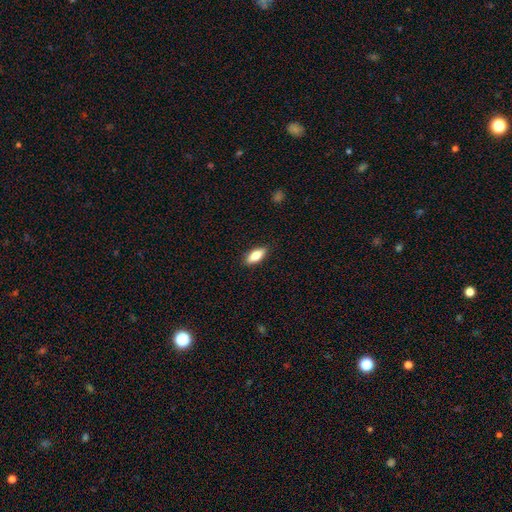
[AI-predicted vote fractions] This is likely a smooth galaxy (75%). How rounded: likely in between (75%). Merging: clearly none (89%).